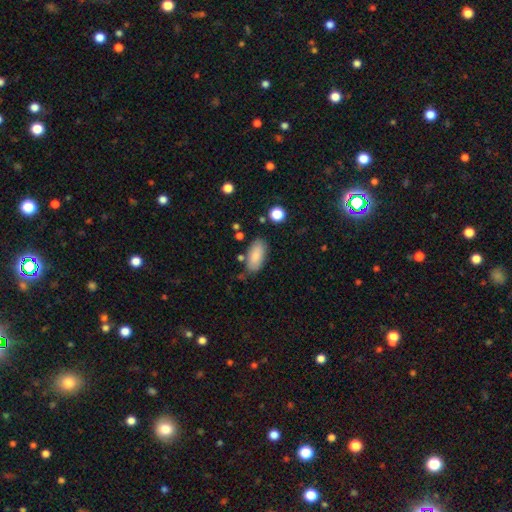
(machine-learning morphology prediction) A smooth galaxy with no disk features (85%) that is in between round and cigar-shaped (90%).

Vote fractions:
- Smooth or featured? smooth: 85% / featured or disk: 8% / star or artifact: 7%
- How rounded? in between: 90% / cigar-shaped: 8% / round: 2%
- Merging? none: 76% / minor disturbance: 16% / merger: 5% / major disturbance: 4%